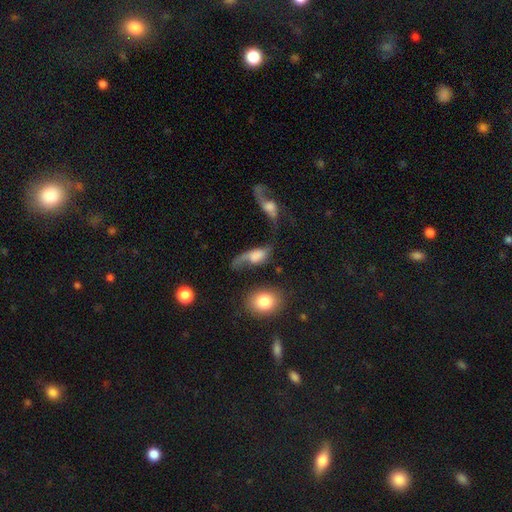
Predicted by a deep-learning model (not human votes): This appears to be a featured or disk galaxy (52%). Merging: major disturbance (33%).